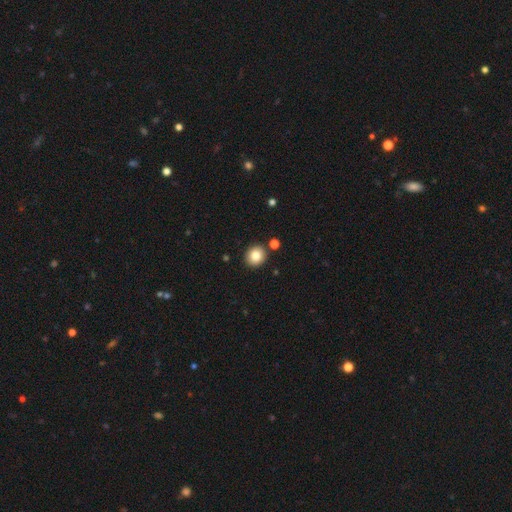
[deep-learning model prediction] Overall: smooth (83%). How rounded: round (85%). Merging: none (88%).